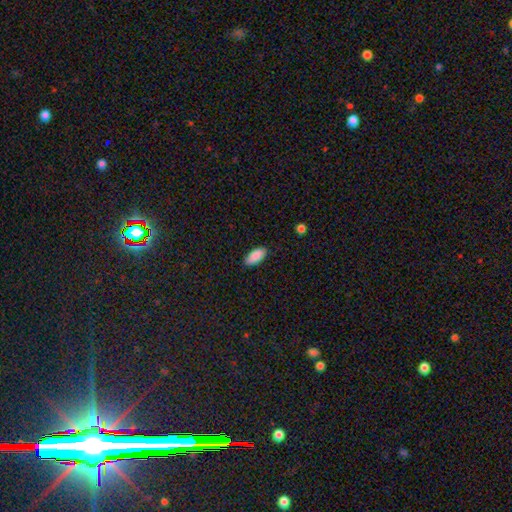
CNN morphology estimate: Smooth or featured? Predicted: smooth (p=0.89). How rounded? Predicted: in between (p=0.89). Merging? Predicted: none (p=0.86).